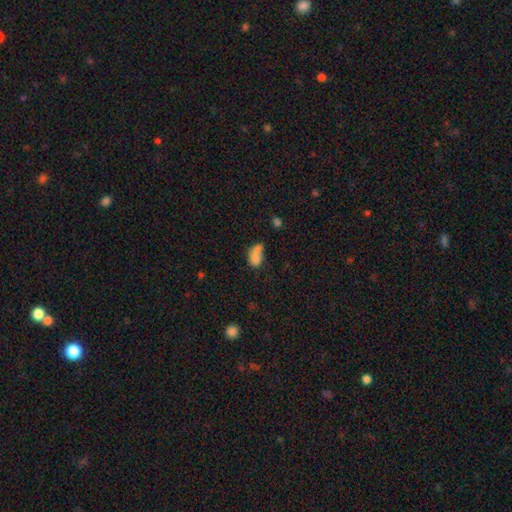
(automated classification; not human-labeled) Q: Smooth or featured?
A: smooth (73%); runner-up: featured or disk (16%)
Q: How rounded?
A: in between (79%); runner-up: round (18%)
Q: Merging?
A: merger (38%); runner-up: none (26%)